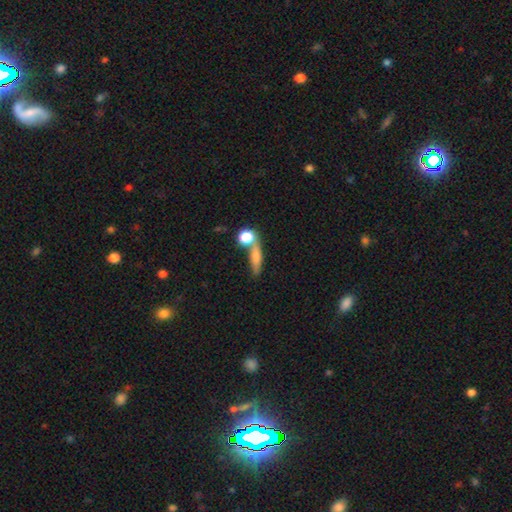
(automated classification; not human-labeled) smooth-or-featured: smooth: 69% | featured or disk: 20% | star or artifact: 12%
  how-rounded: cigar-shaped: 51% | in between: 31% | round: 18%
  merging: none: 53% | merger: 26% | minor disturbance: 13% | major disturbance: 8%